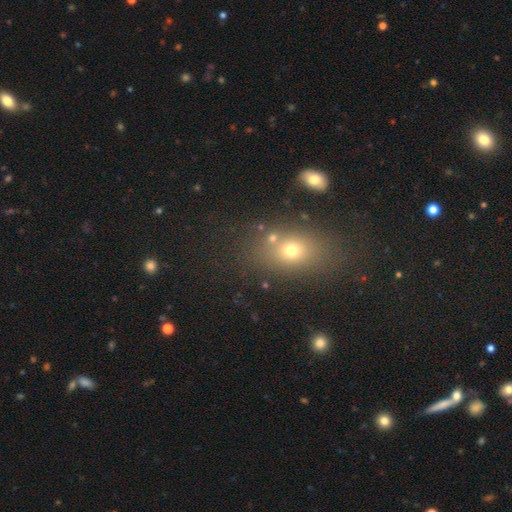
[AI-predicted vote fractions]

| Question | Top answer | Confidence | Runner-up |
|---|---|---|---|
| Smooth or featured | smooth | 55% | star or artifact (33%) |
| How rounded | in between | 62% | round (33%) |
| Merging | none | 79% | minor disturbance (10%) |